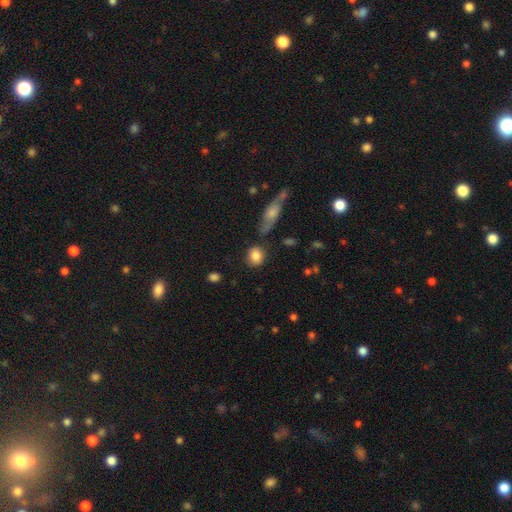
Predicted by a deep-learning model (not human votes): The model was most divided on "how rounded": round: 69%, in between: 28%, cigar-shaped: 2%. More confident: smooth or featured — smooth (85%); merging — none (76%).